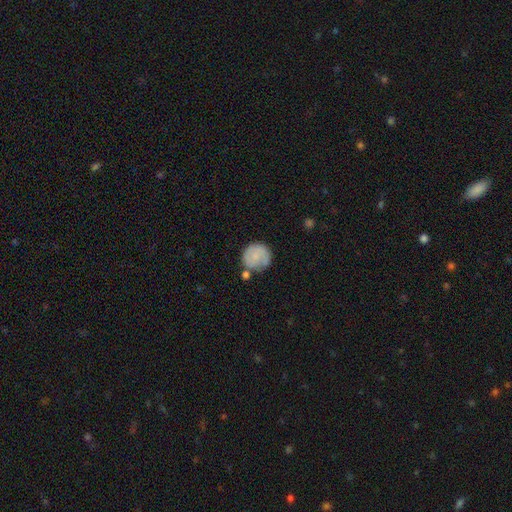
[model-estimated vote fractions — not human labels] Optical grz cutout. It shows a smooth galaxy with no disk features (63%) that is round (88%). Merging: none (58%).